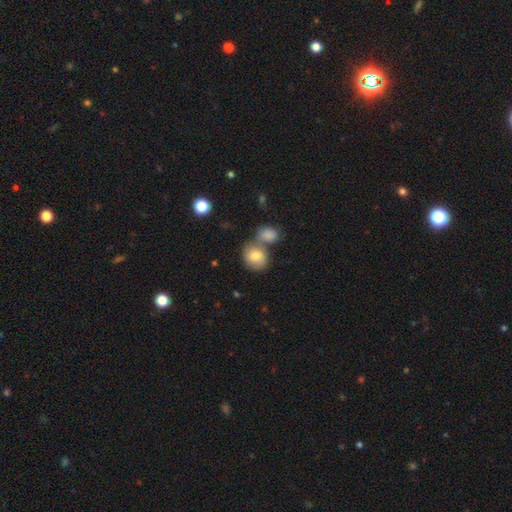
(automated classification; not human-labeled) Smooth or featured? smooth (74%)
How rounded? round (69%)
Merging? merger (45%)